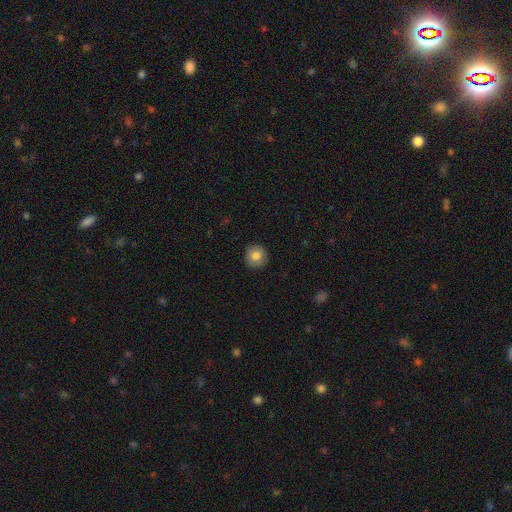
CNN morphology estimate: Overall: smooth (80%). How rounded: round (94%). Merging: none (90%).